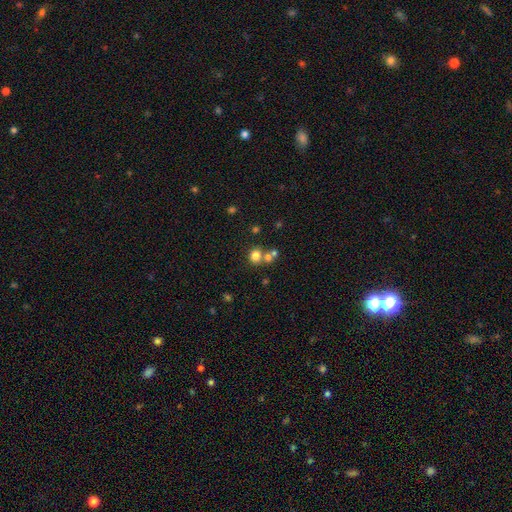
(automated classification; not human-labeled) Smooth or featured: smooth — 76% (star or artifact — 15%)
How rounded: round — 84% (in between — 15%)
Merging: none — 56% (merger — 34%)